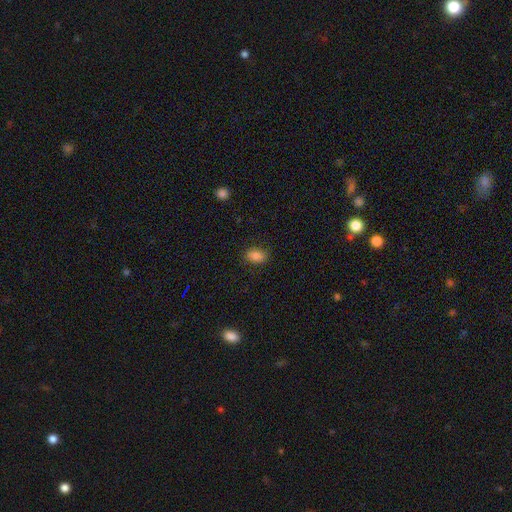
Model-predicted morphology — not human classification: A smooth galaxy with no disk features (85%) that is in between round and cigar-shaped (86%). Merging: none (85%).